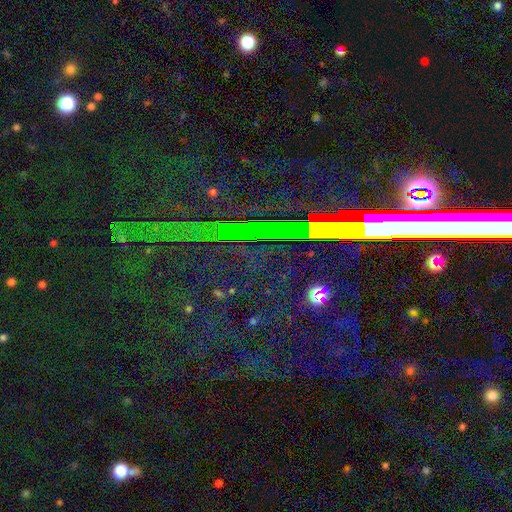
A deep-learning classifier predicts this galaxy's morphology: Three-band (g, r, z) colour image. It shows a star or artifact, not a galaxy (79%).